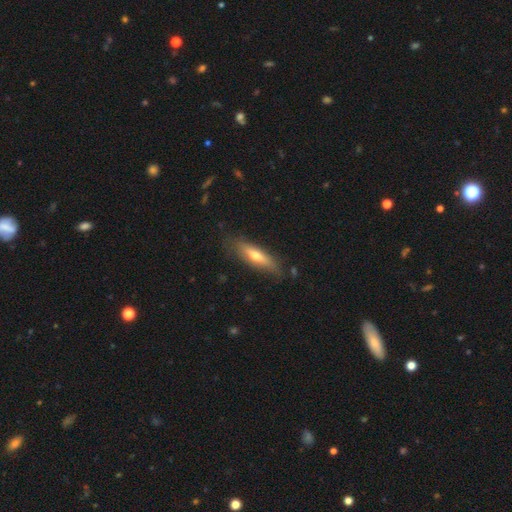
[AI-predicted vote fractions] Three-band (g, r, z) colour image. It shows a smooth galaxy with no disk features (53%) that is cigar-shaped (69%). Merging: none (78%).